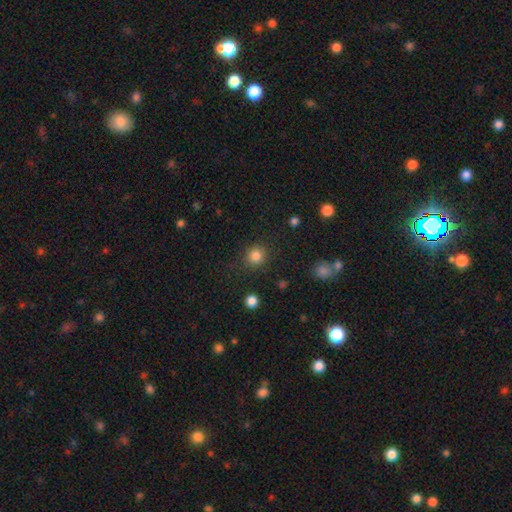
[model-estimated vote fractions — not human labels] A smooth galaxy with no disk features (83%) that is round (88%). Merging: none (87%).